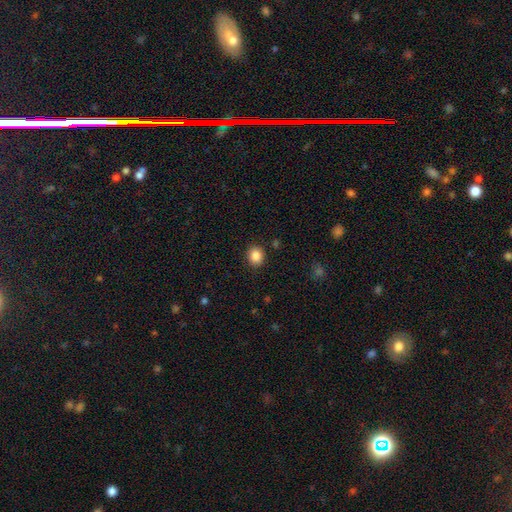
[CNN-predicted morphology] smooth-or-featured: smooth: 87% | star or artifact: 9% | featured or disk: 4%
  how-rounded: round: 67% | in between: 32% | cigar-shaped: 1%
  merging: none: 88% | minor disturbance: 8% | major disturbance: 2% | merger: 1%